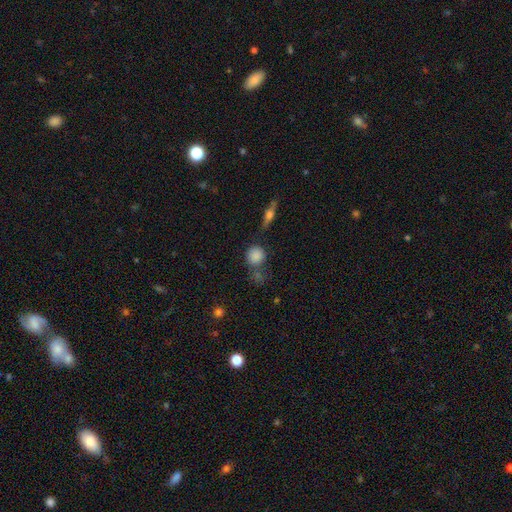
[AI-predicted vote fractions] A smooth galaxy with no disk features (82%) that is round (89%). Merging: none (65%).